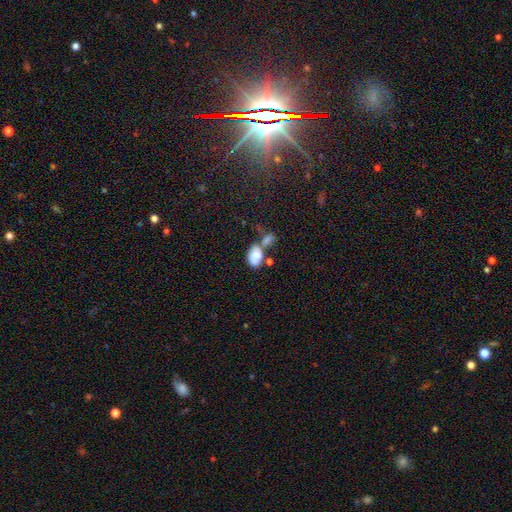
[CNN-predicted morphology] Smooth or featured?
  - smooth: 71% *
  - featured or disk: 20%
  - star or artifact: 9%
How rounded?
  - in between: 87% *
  - round: 11%
  - cigar-shaped: 2%
Merging?
  - merger: 45% *
  - none: 29%
  - minor disturbance: 16%
  - major disturbance: 9%